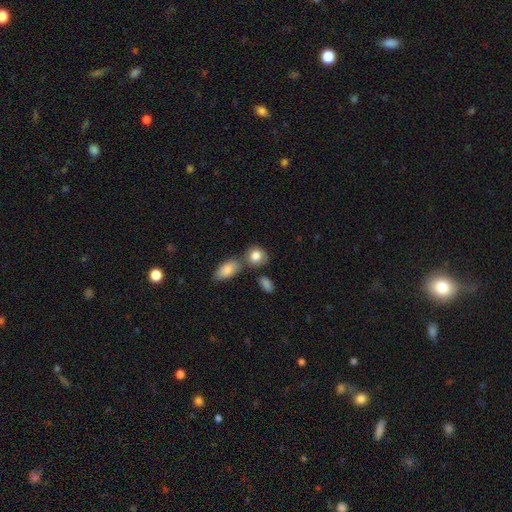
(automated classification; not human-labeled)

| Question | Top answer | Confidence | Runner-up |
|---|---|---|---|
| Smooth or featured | smooth | 83% | featured or disk (10%) |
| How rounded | round | 56% | in between (42%) |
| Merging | none | 55% | merger (26%) |